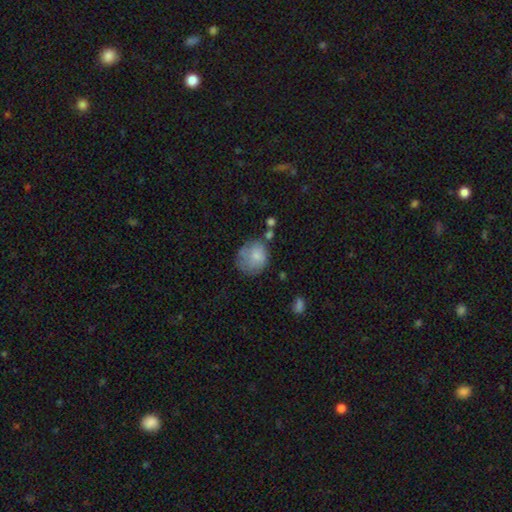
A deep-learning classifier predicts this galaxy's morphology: This is likely a smooth galaxy (75%). How rounded: likely round (71%). Merging: possibly none (51%).